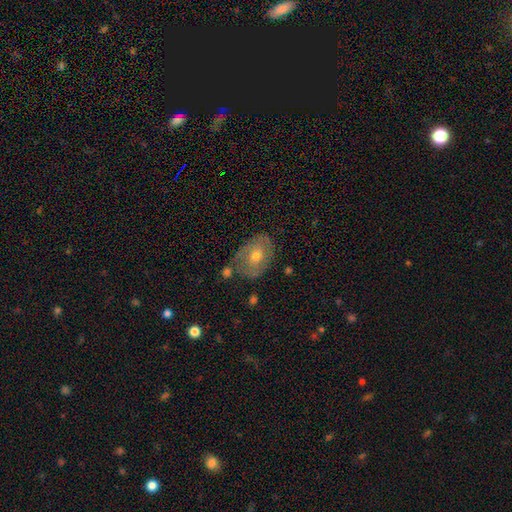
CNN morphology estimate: The model was most divided on "smooth or featured": featured or disk: 52%, smooth: 39%, star or artifact: 9%. More confident: edge-on disk — no (93%); merging — none (64%).